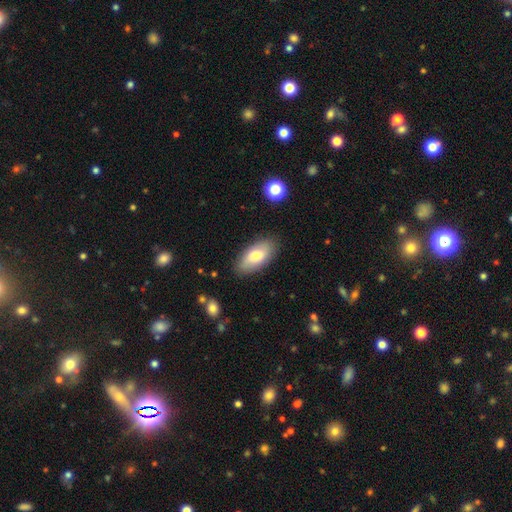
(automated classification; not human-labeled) smooth_or_featured: smooth (p=0.74) [alt: featured or disk p=0.20]
how_rounded: in between (p=0.91) [alt: cigar-shaped p=0.06]
merging: none (p=0.84) [alt: minor disturbance p=0.11]